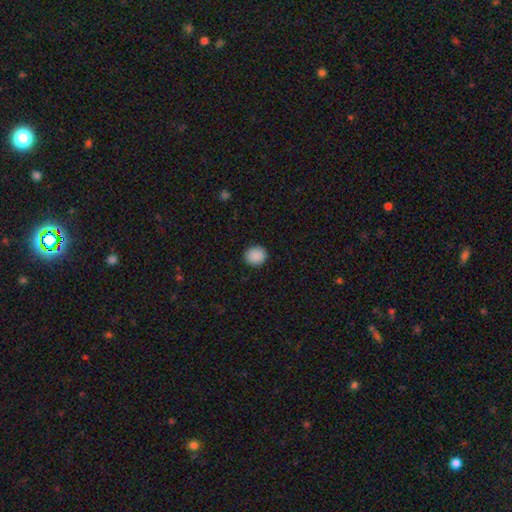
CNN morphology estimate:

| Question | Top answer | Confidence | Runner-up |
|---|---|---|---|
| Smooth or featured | smooth | 90% | star or artifact (8%) |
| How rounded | round | 82% | in between (17%) |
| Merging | none | 91% | minor disturbance (6%) |